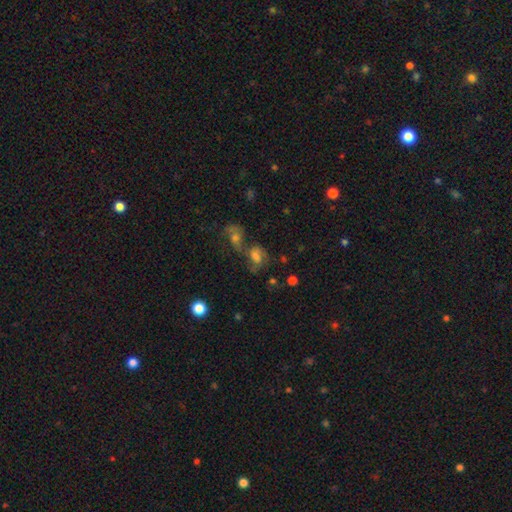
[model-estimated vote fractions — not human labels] A smooth galaxy with no disk features (42%). Merging: merger (52%).